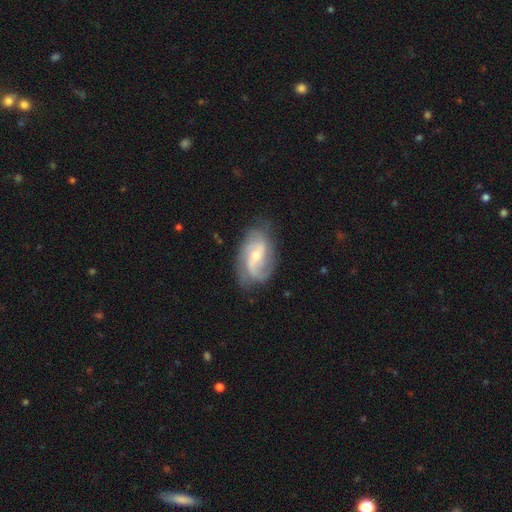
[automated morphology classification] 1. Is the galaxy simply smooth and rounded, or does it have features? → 83% featured or disk, 12% smooth, 5% star or artifact.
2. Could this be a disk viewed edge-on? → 96% no, 4% yes.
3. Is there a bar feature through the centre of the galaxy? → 45% weak, 42% no, 13% strong.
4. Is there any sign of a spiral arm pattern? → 95% yes, 5% no.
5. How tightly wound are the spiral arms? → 45% medium, 32% loose, 24% tight.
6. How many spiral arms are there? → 60% 2, 14% can't tell, 13% 3, 7% 1, 3% 4, 3% more than 4.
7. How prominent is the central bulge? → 49% small, 47% moderate, 2% large, 2% none, 1% dominant.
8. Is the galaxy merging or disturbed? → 69% none, 20% minor disturbance, 9% major disturbance, 2% merger.